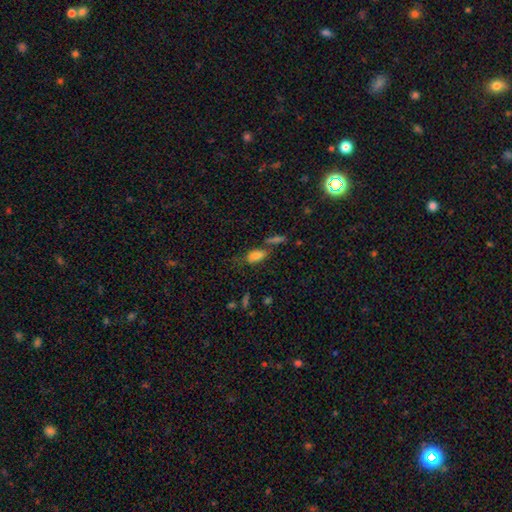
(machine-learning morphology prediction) smooth-or-featured: smooth: 77% | star or artifact: 12% | featured or disk: 11%
  how-rounded: in between: 88% | cigar-shaped: 8% | round: 4%
  merging: none: 47% | merger: 25% | minor disturbance: 18% | major disturbance: 10%